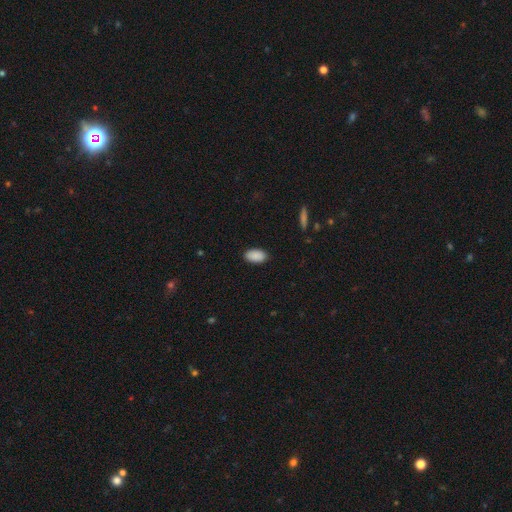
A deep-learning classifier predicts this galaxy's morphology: This appears to be a smooth galaxy with no disk features (90%) that is in between round and cigar-shaped (94%). Merging: none (89%).